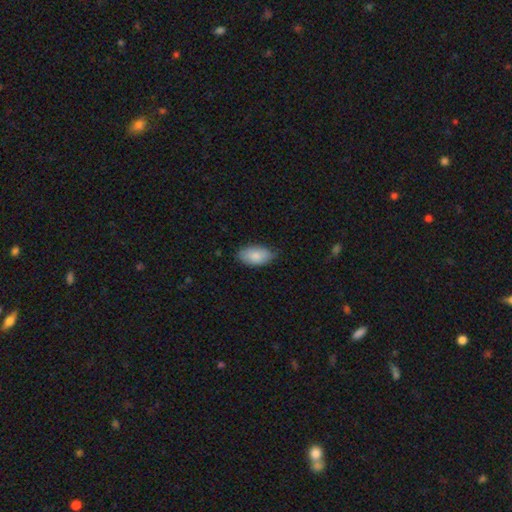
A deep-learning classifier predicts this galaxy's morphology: Smooth or featured: smooth — 83% (featured or disk — 11%)
How rounded: in between — 94% (round — 3%)
Merging: none — 74% (minor disturbance — 22%)